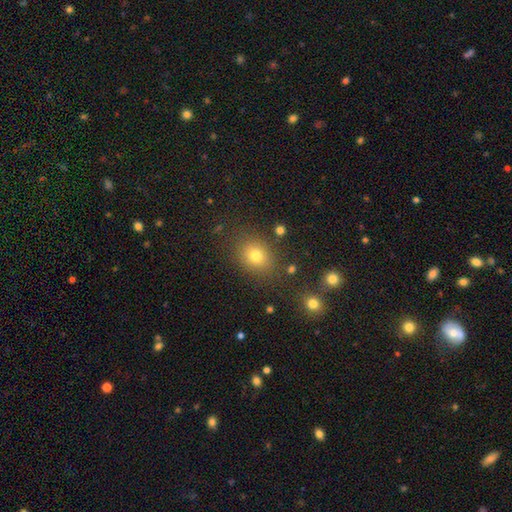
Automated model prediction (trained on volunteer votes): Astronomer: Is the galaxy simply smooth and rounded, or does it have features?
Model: smooth — 76%.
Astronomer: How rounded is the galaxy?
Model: round — 54% (runner-up: in between, 45%).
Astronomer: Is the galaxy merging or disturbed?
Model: none — 81%.